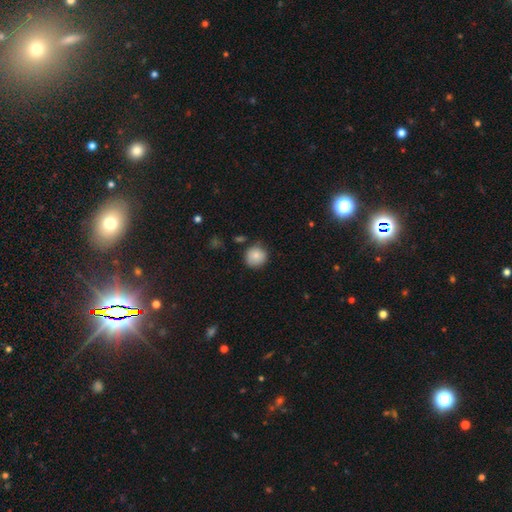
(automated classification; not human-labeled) smooth_or_featured: smooth (p=0.85) [alt: star or artifact p=0.09]
how_rounded: round (p=0.90) [alt: in between p=0.09]
merging: none (p=0.77) [alt: minor disturbance p=0.17]